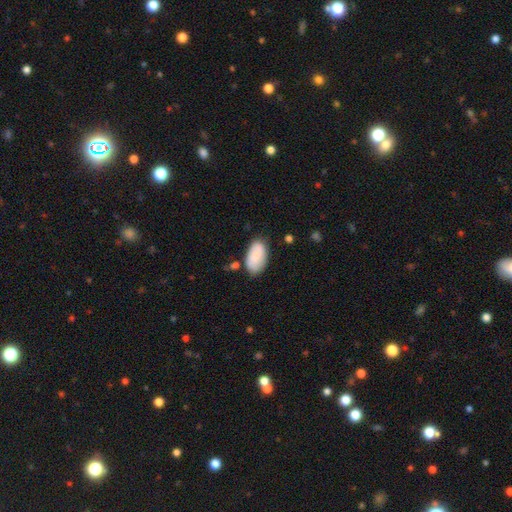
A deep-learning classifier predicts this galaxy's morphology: Overall: smooth (86%). How rounded: in between (95%). Merging: none (71%).